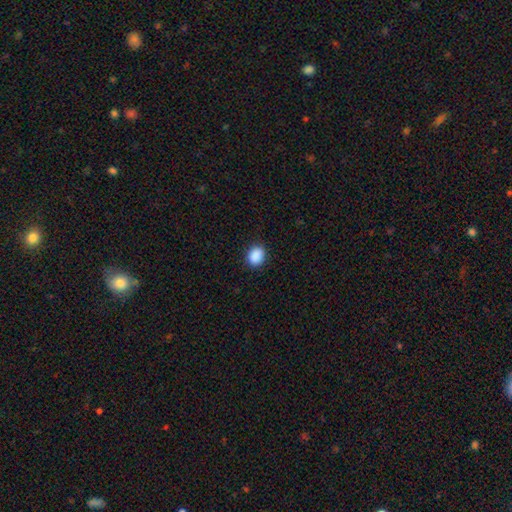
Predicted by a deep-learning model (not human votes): Smooth or featured? smooth (90%)
How rounded? in between (53%)
Merging? none (88%)